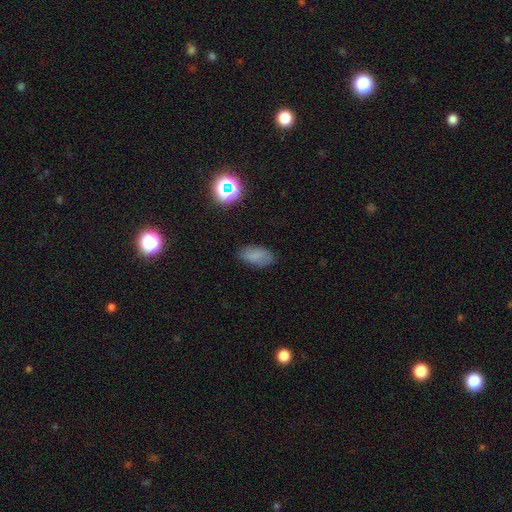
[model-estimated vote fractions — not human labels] A smooth galaxy with no disk features (78%) that is in between round and cigar-shaped (92%).

Vote fractions:
- Smooth or featured? smooth: 78% / star or artifact: 14% / featured or disk: 8%
- How rounded? in between: 92% / round: 5% / cigar-shaped: 3%
- Merging? none: 80% / minor disturbance: 15% / major disturbance: 4% / merger: 1%